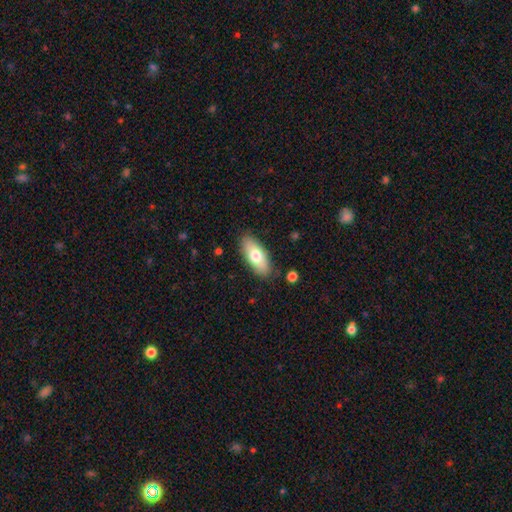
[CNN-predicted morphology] smooth_or_featured: smooth (p=0.72) [alt: featured or disk p=0.22]
how_rounded: in between (p=0.81) [alt: cigar-shaped p=0.16]
merging: none (p=0.85) [alt: minor disturbance p=0.11]